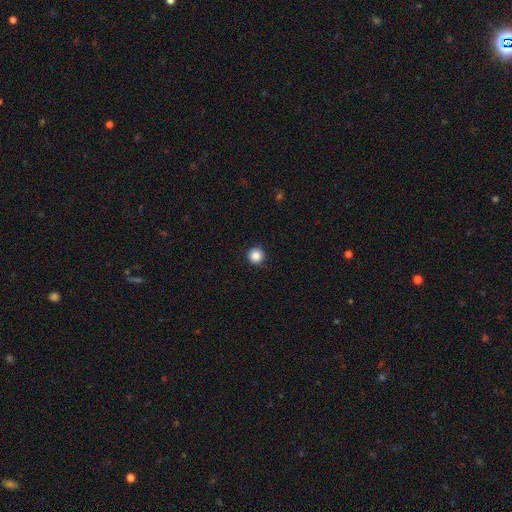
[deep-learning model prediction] A smooth galaxy with no disk features (86%) that is round (96%). Merging: none (92%).